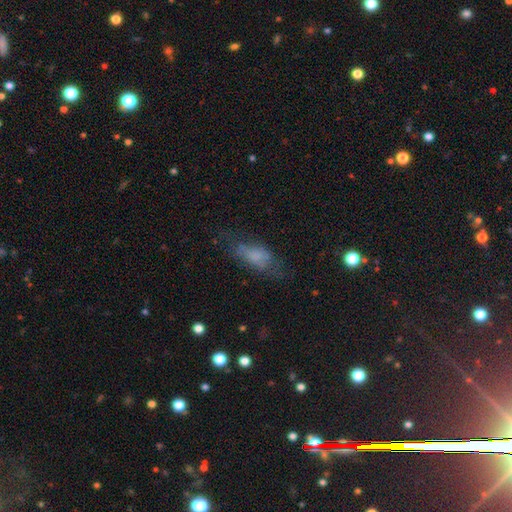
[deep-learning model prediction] Q: Smooth or featured?
A: smooth (64%); runner-up: featured or disk (24%)
Q: How rounded?
A: in between (75%); runner-up: cigar-shaped (21%)
Q: Merging?
A: none (54%); runner-up: minor disturbance (25%)